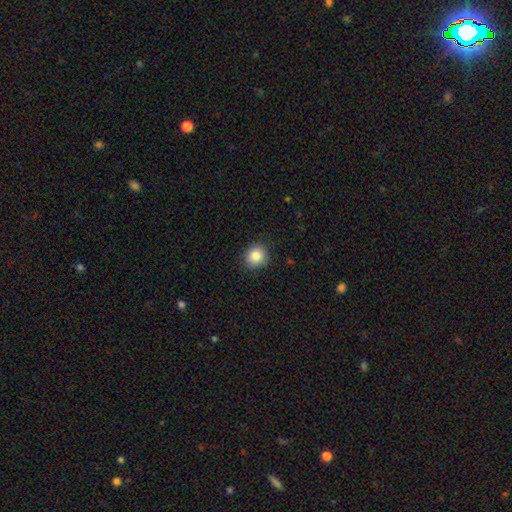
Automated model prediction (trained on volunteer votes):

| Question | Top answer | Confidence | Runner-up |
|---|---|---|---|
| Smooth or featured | smooth | 85% | star or artifact (10%) |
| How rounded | round | 80% | in between (19%) |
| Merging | none | 90% | minor disturbance (7%) |